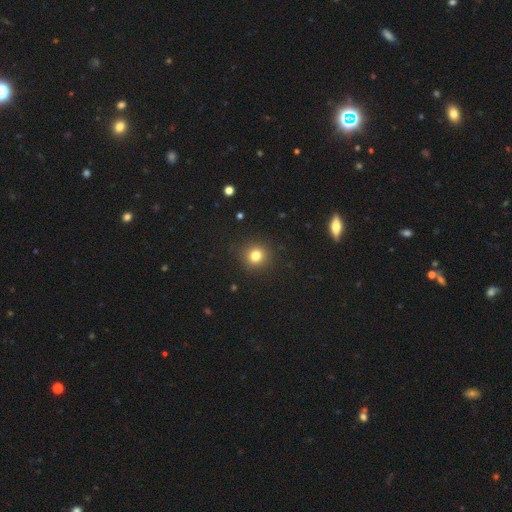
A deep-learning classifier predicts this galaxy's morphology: This is clearly a smooth galaxy (80%). How rounded: clearly round (92%). Merging: clearly none (92%).